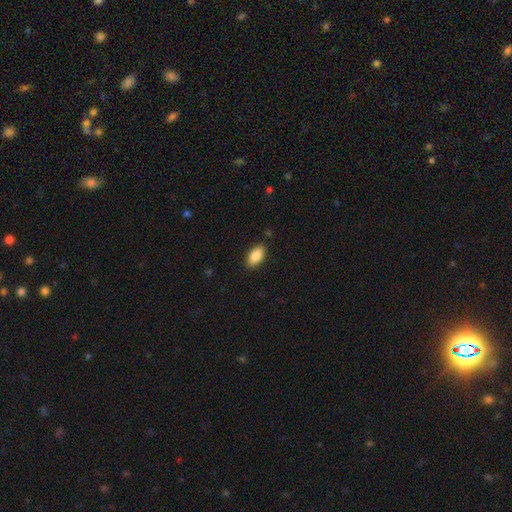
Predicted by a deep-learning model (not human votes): A smooth galaxy with no disk features (87%) that is in between round and cigar-shaped (93%).

Vote fractions:
- Smooth or featured? smooth: 87% / star or artifact: 7% / featured or disk: 6%
- How rounded? in between: 93% / cigar-shaped: 4% / round: 3%
- Merging? none: 87% / minor disturbance: 9% / major disturbance: 2% / merger: 1%